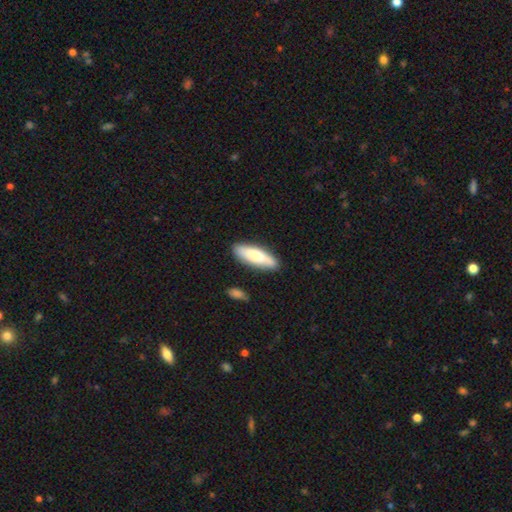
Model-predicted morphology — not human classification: Smooth or featured?
  - smooth: 75% *
  - featured or disk: 20%
  - star or artifact: 5%
How rounded?
  - cigar-shaped: 54% *
  - in between: 44%
  - round: 2%
Merging?
  - none: 85% *
  - minor disturbance: 11%
  - merger: 2%
  - major disturbance: 2%